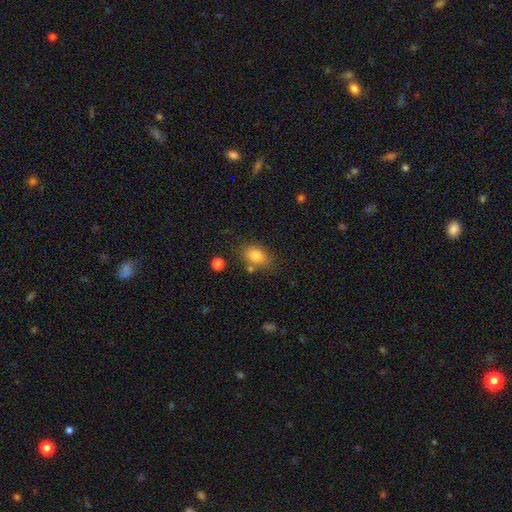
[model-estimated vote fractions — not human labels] smooth-or-featured: smooth: 82% | star or artifact: 9% | featured or disk: 9%
  how-rounded: in between: 76% | round: 22% | cigar-shaped: 2%
  merging: none: 71% | minor disturbance: 16% | merger: 9% | major disturbance: 4%